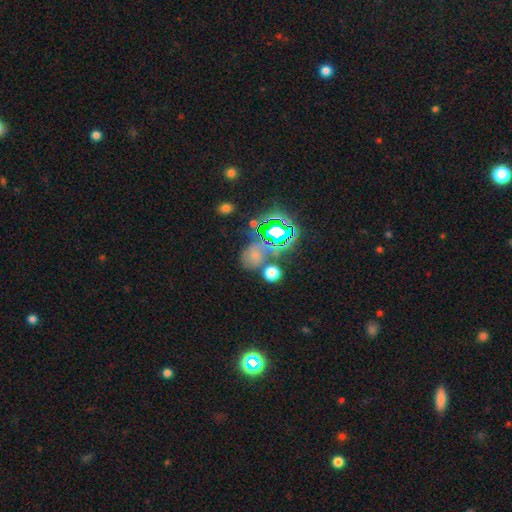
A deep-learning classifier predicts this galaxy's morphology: Smooth or featured? Predicted: star or artifact (p=0.61).